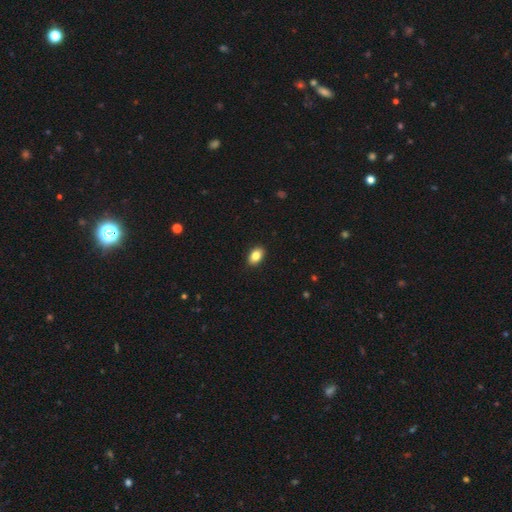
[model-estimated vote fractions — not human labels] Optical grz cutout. It shows a smooth galaxy with no disk features (85%) that is in between round and cigar-shaped (86%). Merging: none (90%).